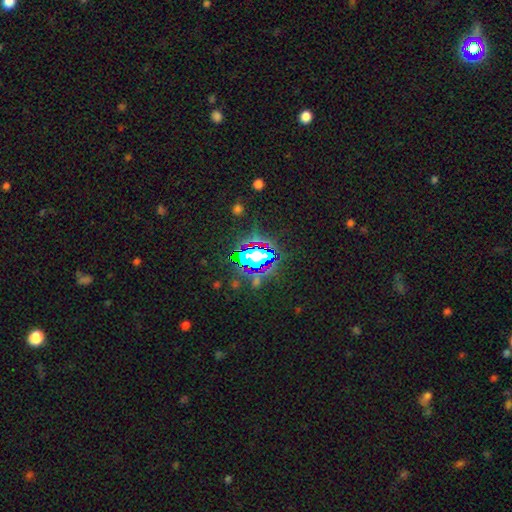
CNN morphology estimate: A star or artifact, not a galaxy (64%).